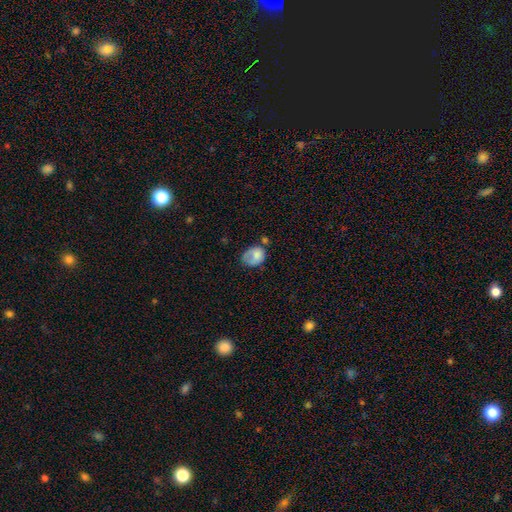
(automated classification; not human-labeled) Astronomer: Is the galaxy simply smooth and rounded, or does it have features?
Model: smooth — 73%.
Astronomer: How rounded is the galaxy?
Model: in between — 61% (runner-up: round, 38%).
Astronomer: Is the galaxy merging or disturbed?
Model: none — 38% (runner-up: minor disturbance, 32%).